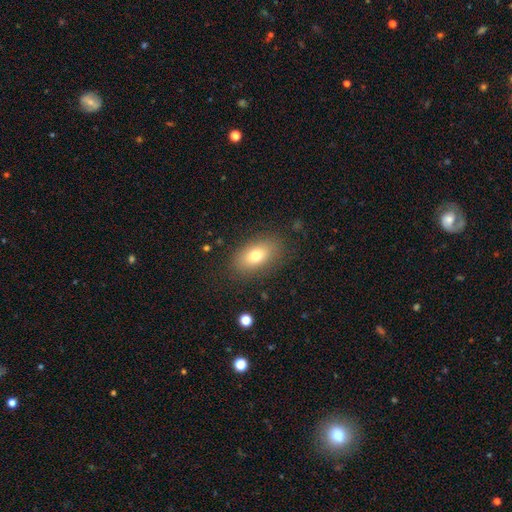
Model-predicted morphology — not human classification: smooth_or_featured: smooth (p=0.76) [alt: featured or disk p=0.15]
how_rounded: in between (p=0.88) [alt: round p=0.09]
merging: none (p=0.83) [alt: minor disturbance p=0.11]